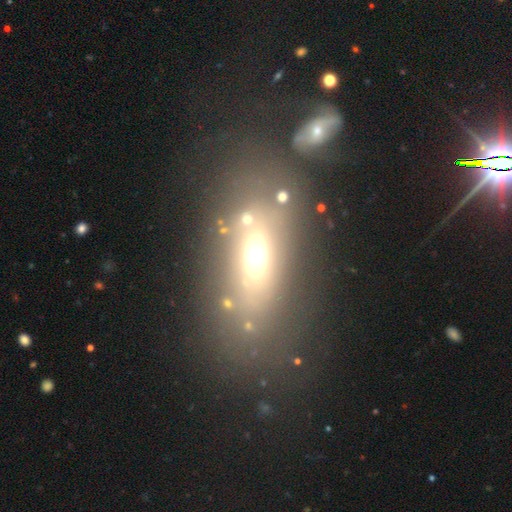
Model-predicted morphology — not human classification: A smooth galaxy with no disk features (50%) that is in between round and cigar-shaped (75%). Merging: none (61%).